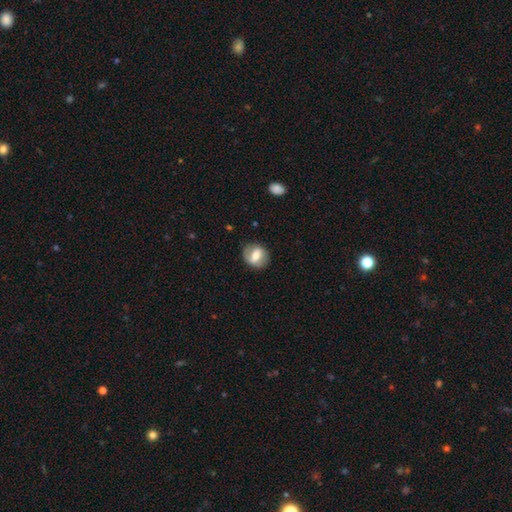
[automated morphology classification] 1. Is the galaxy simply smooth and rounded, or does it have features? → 47% smooth, 46% featured or disk, 7% star or artifact.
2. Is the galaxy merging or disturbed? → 79% none, 14% minor disturbance, 5% major disturbance, 1% merger.